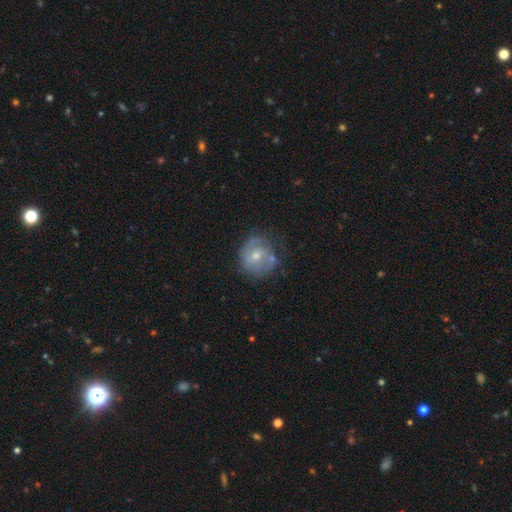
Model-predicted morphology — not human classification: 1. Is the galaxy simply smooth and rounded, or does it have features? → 65% featured or disk, 25% smooth, 10% star or artifact.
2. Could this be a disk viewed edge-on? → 97% no, 3% yes.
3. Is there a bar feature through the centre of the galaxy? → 52% no, 39% weak, 8% strong.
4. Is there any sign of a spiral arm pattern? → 77% yes, 23% no.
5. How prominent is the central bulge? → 53% moderate, 42% small, 2% none, 2% large, 1% dominant.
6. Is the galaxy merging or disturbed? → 65% none, 21% minor disturbance, 9% major disturbance, 5% merger.